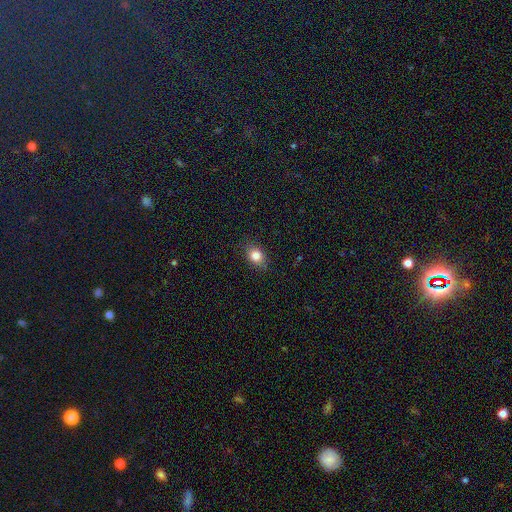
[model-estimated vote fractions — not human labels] Overall: smooth (82%). How rounded: in between (64%; round 34%). Merging: none (84%).